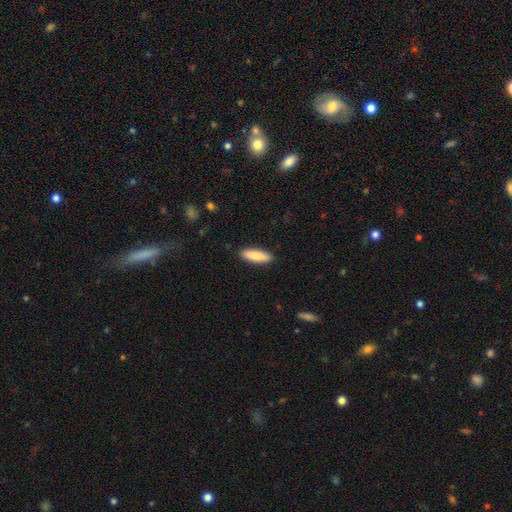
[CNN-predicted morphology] Q: Smooth or featured?
A: smooth (86%); runner-up: featured or disk (9%)
Q: How rounded?
A: in between (50%); runner-up: cigar-shaped (49%)
Q: Merging?
A: none (89%); runner-up: minor disturbance (8%)